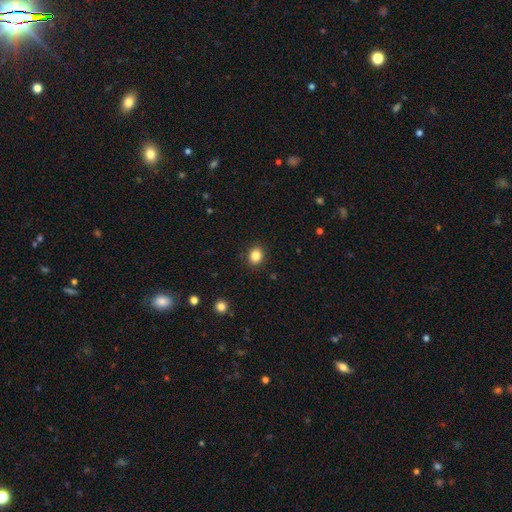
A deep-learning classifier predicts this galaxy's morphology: Smooth or featured? smooth (84%)
How rounded? round (68%)
Merging? none (90%)